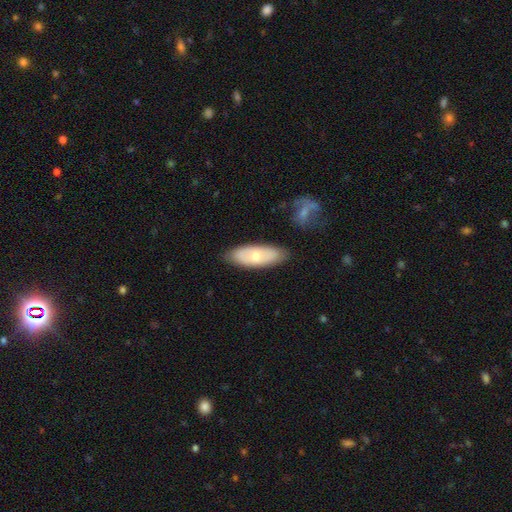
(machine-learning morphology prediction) type=smooth (58%); roundness=in between (77%); merging=none (82%).